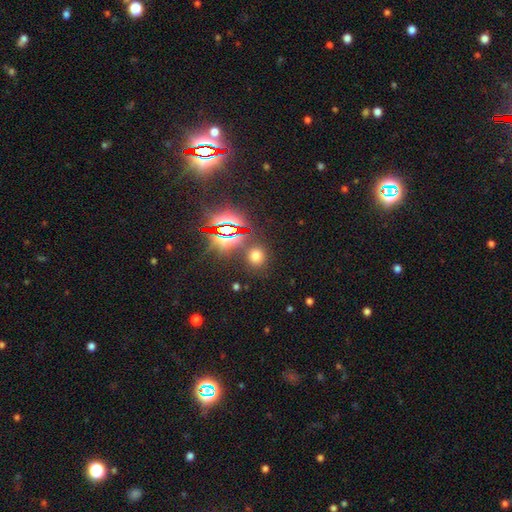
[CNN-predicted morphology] Smooth or featured?
  - smooth: 59% *
  - star or artifact: 34%
  - featured or disk: 7%
How rounded?
  - round: 78% *
  - in between: 21%
  - cigar-shaped: 1%
Merging?
  - none: 83% *
  - minor disturbance: 8%
  - merger: 5%
  - major disturbance: 4%